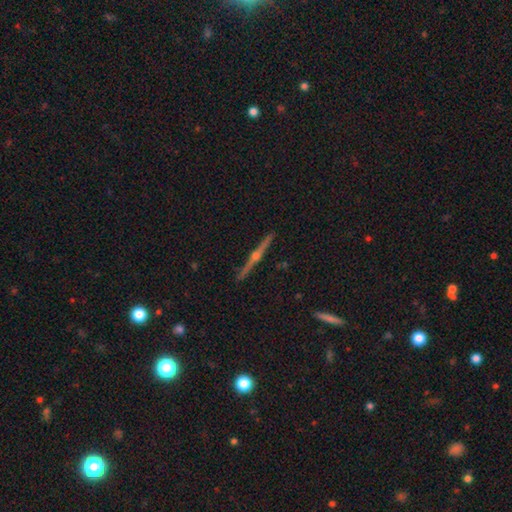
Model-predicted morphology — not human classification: A featured or disk galaxy (85%) viewed edge-on (99%) with a rounded central bulge (91%). Merging: none (92%).